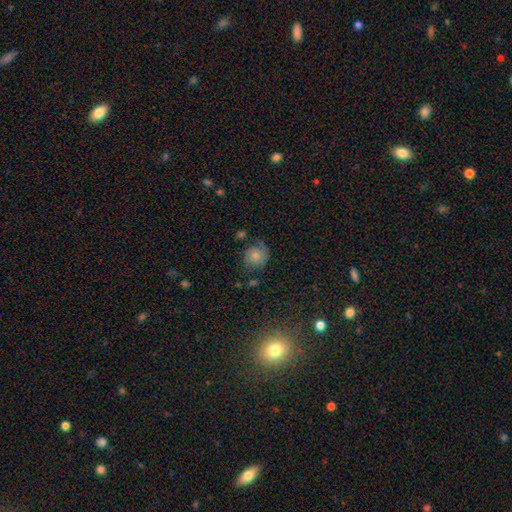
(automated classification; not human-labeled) Smooth or featured? smooth (59%)
How rounded? round (83%)
Merging? none (60%)